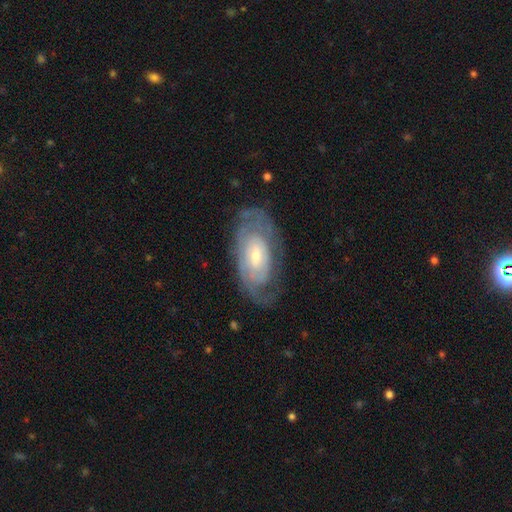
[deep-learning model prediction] Morphology: type=featured or disk (76%); edge-on=no (93%); bar=no (66%); spiral arms=yes (84%); winding=tight (68%); arm count=can't tell (50%); bulge=small (56%); merging=none (69%).